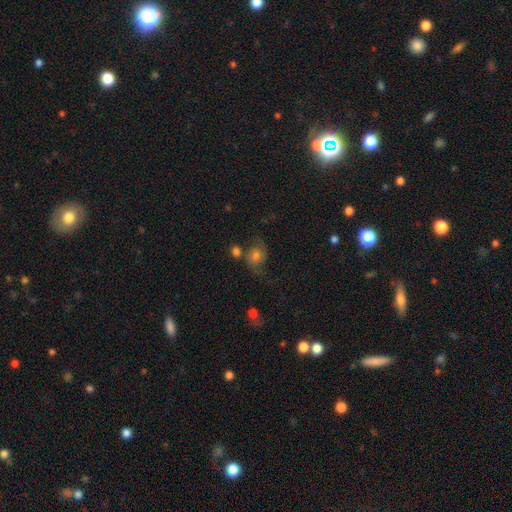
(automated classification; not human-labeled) This is possibly a featured or disk galaxy (48%). Merging: possibly none (54%).